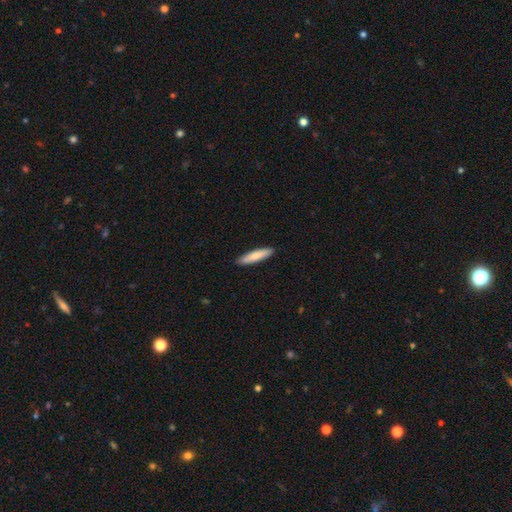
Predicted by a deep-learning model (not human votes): smooth-or-featured: smooth: 79% | featured or disk: 16% | star or artifact: 5%
  how-rounded: cigar-shaped: 84% | in between: 15% | round: 1%
  merging: none: 91% | minor disturbance: 6% | major disturbance: 1% | merger: 1%